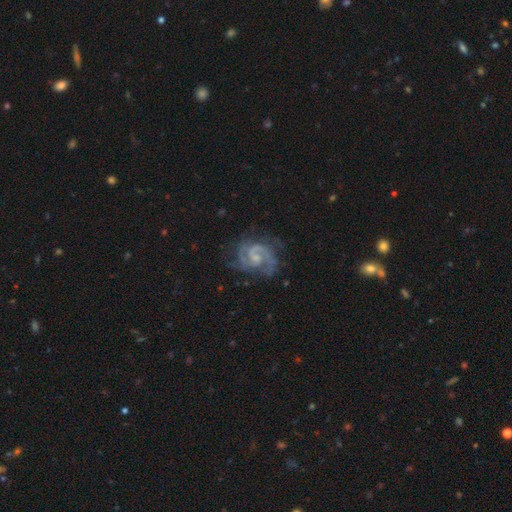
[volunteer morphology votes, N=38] Volunteers were most divided on "spiral winding": tight: 60%, medium: 34%, loose: 6%. More confident: spiral arms — yes (100%); edge-on disk — no (97%); smooth or featured — featured or disk (95%); bar — no (83%); merging — none (70%); spiral arm count — 2 (60%); bulge size — small (57%).